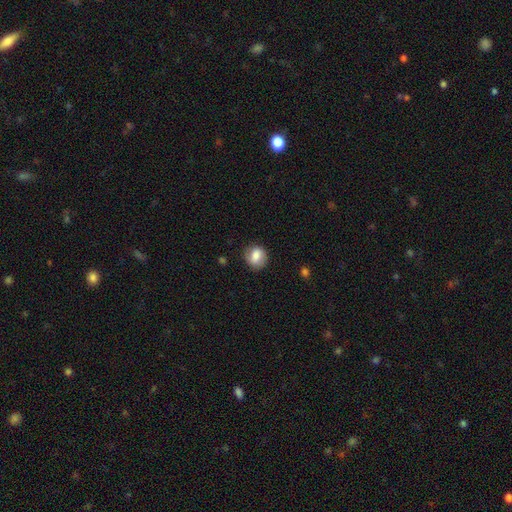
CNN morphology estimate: smooth 74%, featured or disk 18%, star or artifact 8%. Down the decision tree: how rounded — round (71%); merging — none (78%).